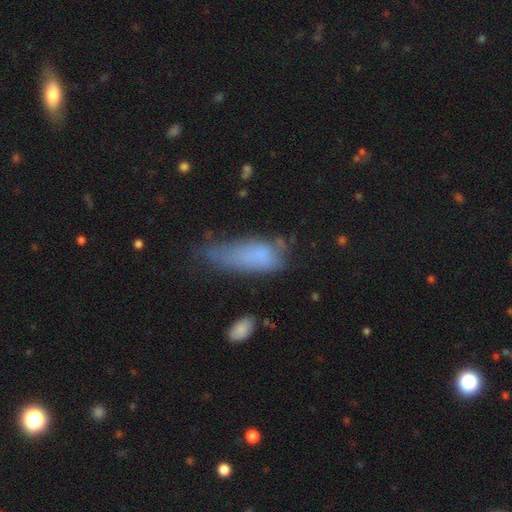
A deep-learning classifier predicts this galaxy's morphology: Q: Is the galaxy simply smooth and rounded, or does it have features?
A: smooth — 70%.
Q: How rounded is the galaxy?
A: in between — 70%.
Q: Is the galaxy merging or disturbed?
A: minor disturbance — 34%.